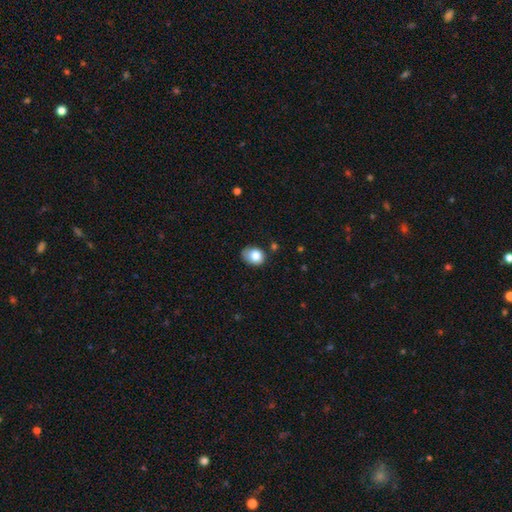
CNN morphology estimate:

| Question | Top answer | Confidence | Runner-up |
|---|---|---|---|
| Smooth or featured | smooth | 82% | featured or disk (10%) |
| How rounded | in between | 56% | round (44%) |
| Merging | none | 57% | minor disturbance (31%) |